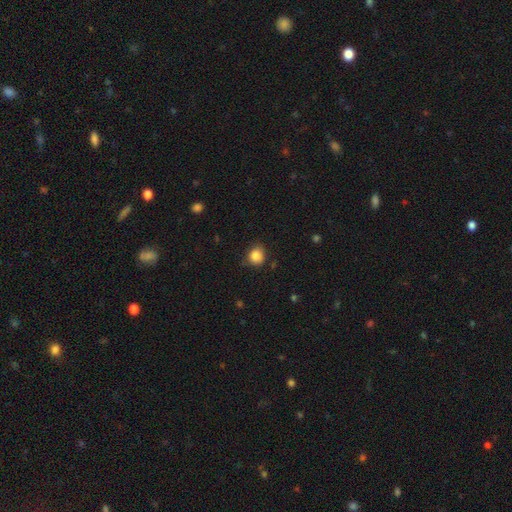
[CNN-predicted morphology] Overall: smooth (85%). How rounded: round (77%). Merging: none (76%).